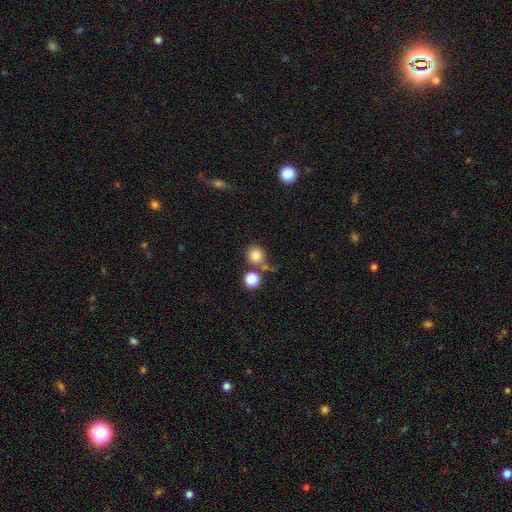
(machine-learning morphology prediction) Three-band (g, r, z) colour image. It shows a smooth galaxy with no disk features (81%) that is round (89%). Merging: none (63%).